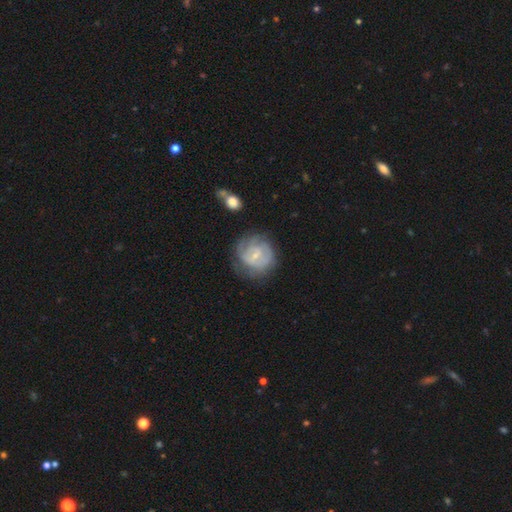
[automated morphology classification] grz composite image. It shows a featured or disk galaxy (63%) with a weak bar (48%), spiral arms (75%) and a small central bulge (70%). Merging: none (61%).